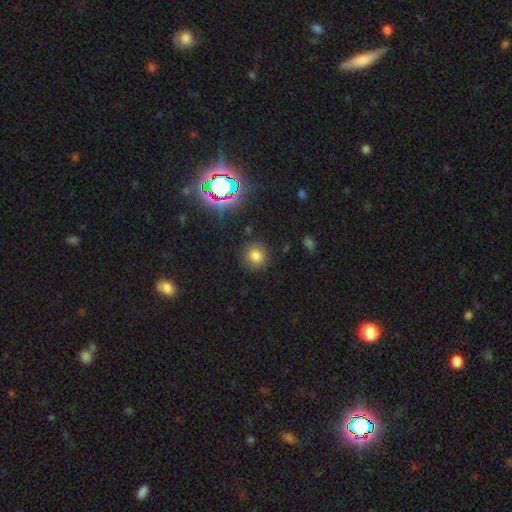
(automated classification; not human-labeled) Smooth or featured: smooth — 75% (star or artifact — 18%)
How rounded: round — 92% (in between — 7%)
Merging: none — 87% (minor disturbance — 8%)